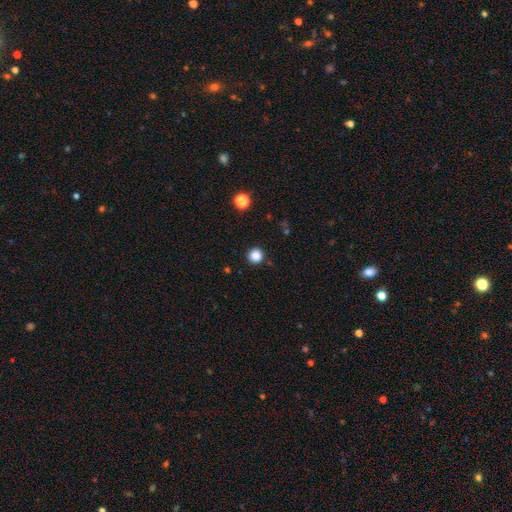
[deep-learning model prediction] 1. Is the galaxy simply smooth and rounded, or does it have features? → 86% smooth, 12% star or artifact, 3% featured or disk.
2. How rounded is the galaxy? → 96% round, 4% in between, 1% cigar-shaped.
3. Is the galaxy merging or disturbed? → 91% none, 5% minor disturbance, 2% major disturbance, 1% merger.